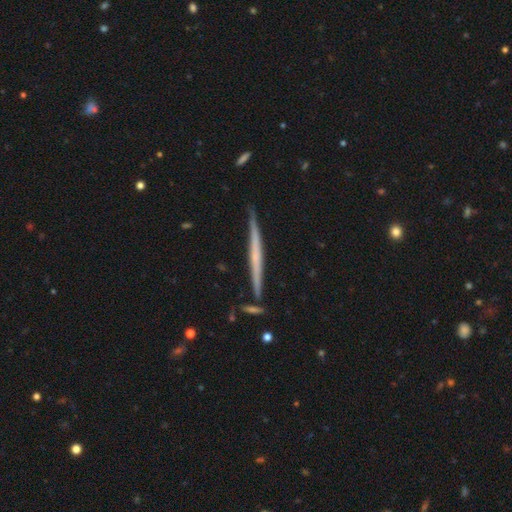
A featured or disk galaxy (71%) viewed edge-on (100%) with no central bulge (74%).

Vote fractions:
- Smooth or featured? featured or disk: 71% / smooth: 26% / star or artifact: 3%
- Edge-on disk? yes: 100% / no: 0%
- Edge-on bulge? none: 74% / rounded: 26% / boxy: 0%
- Merging? none: 86% / minor disturbance: 11% / merger: 3% / major disturbance: 0%